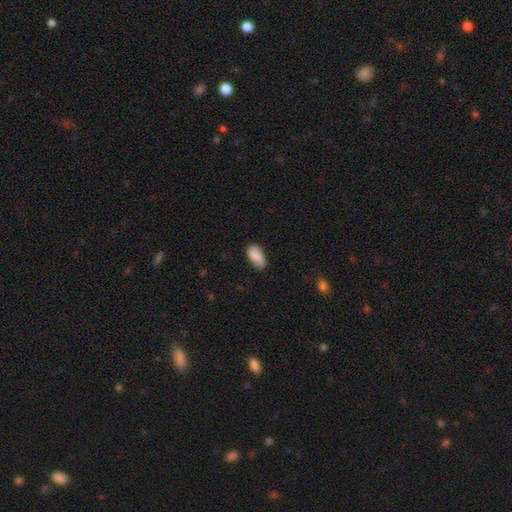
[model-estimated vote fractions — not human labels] Q: Smooth or featured?
A: smooth (85%); runner-up: featured or disk (9%)
Q: How rounded?
A: in between (94%); runner-up: round (3%)
Q: Merging?
A: none (76%); runner-up: minor disturbance (20%)